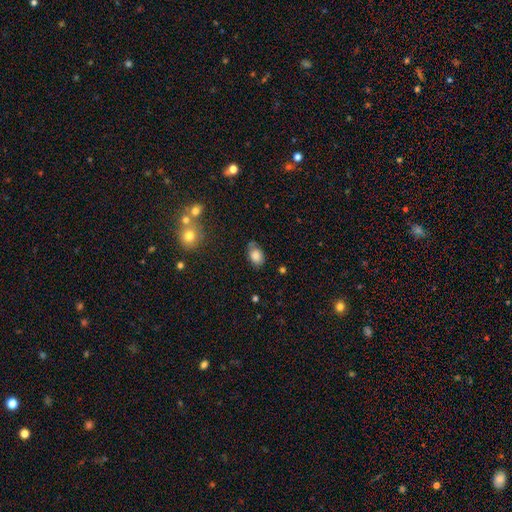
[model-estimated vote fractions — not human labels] Morphology: type=smooth (78%); roundness=in between (84%); merging=none (64%).